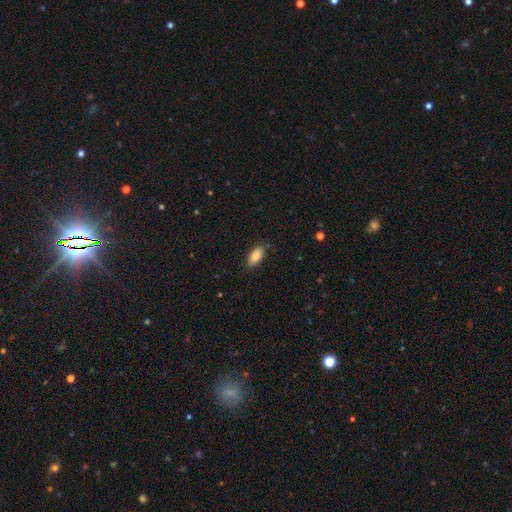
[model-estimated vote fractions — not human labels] smooth 86%, star or artifact 7%, featured or disk 7%. Down the decision tree: how rounded — in between (90%); merging — none (79%).